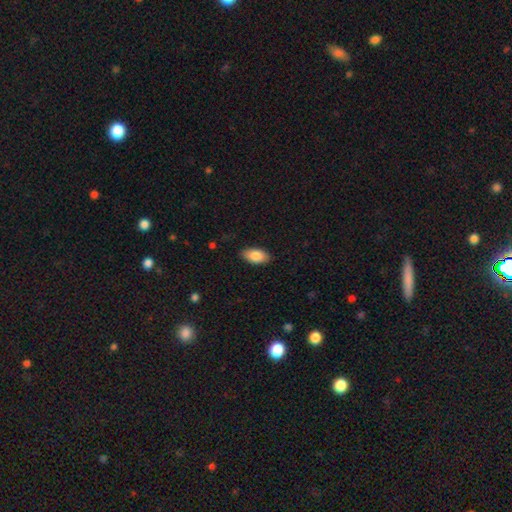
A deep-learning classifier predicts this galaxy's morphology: smooth-or-featured: smooth: 86% | featured or disk: 7% | star or artifact: 6%
  how-rounded: in between: 94% | cigar-shaped: 3% | round: 3%
  merging: none: 87% | minor disturbance: 10% | major disturbance: 2% | merger: 1%